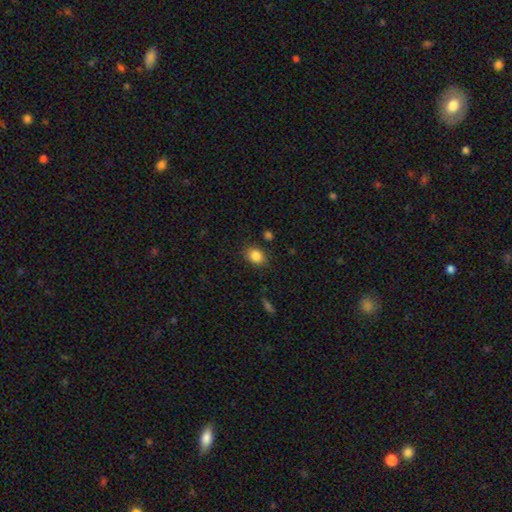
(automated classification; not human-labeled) Smooth or featured? smooth (85%)
How rounded? in between (53%)
Merging? none (82%)